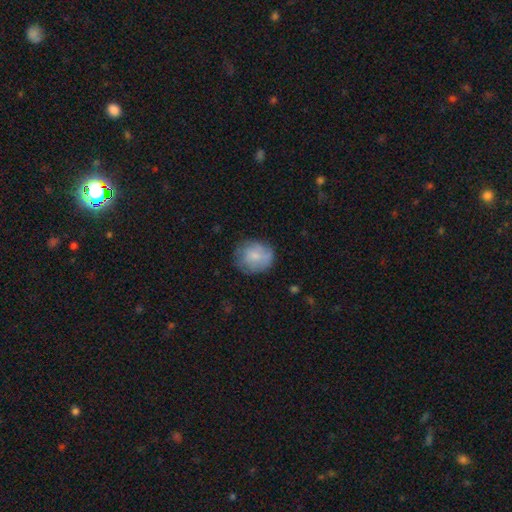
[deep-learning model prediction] smooth-or-featured: smooth: 69% | featured or disk: 23% | star or artifact: 8%
  how-rounded: round: 76% | in between: 23% | cigar-shaped: 1%
  merging: none: 69% | minor disturbance: 22% | major disturbance: 8% | merger: 1%